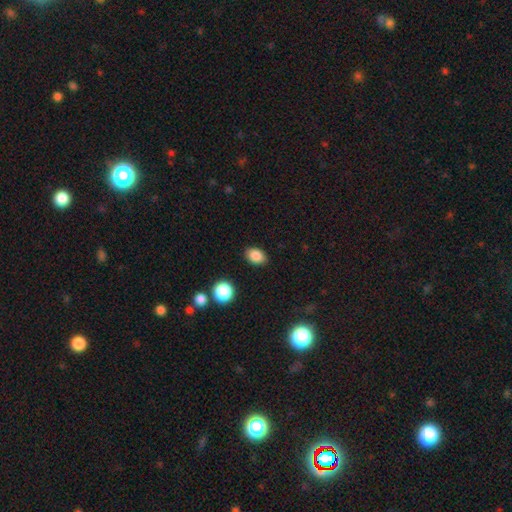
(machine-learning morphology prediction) The model was most divided on "how rounded": in between: 73%, round: 26%, cigar-shaped: 1%. More confident: merging — none (86%); smooth or featured — smooth (86%).